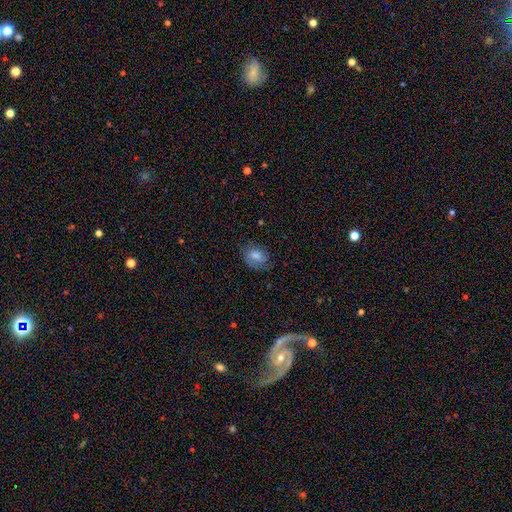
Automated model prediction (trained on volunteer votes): smooth 57%, featured or disk 31%, star or artifact 12%. Down the decision tree: how rounded — in between (59%); merging — none (72%).